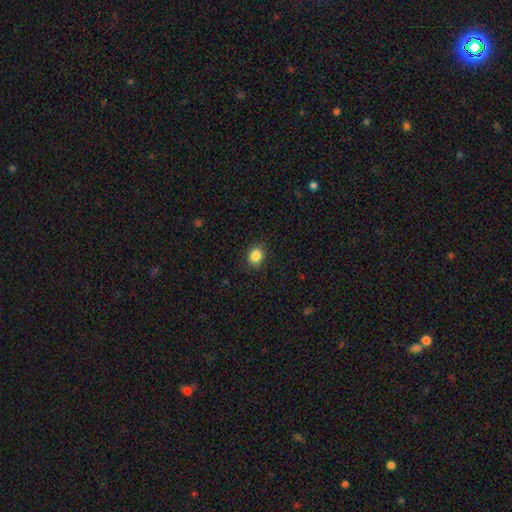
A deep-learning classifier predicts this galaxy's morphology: A smooth galaxy with no disk features (86%) that is round (58%).

Vote fractions:
- Smooth or featured? smooth: 86% / star or artifact: 10% / featured or disk: 4%
- How rounded? round: 58% / in between: 41% / cigar-shaped: 1%
- Merging? none: 88% / minor disturbance: 9% / major disturbance: 2% / merger: 1%